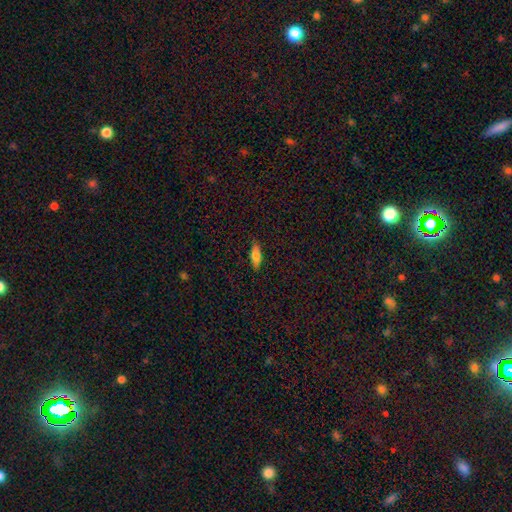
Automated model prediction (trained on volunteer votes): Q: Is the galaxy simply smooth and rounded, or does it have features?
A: smooth — 76%.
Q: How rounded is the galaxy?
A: in between — 64%.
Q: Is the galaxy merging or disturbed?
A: none — 85%.